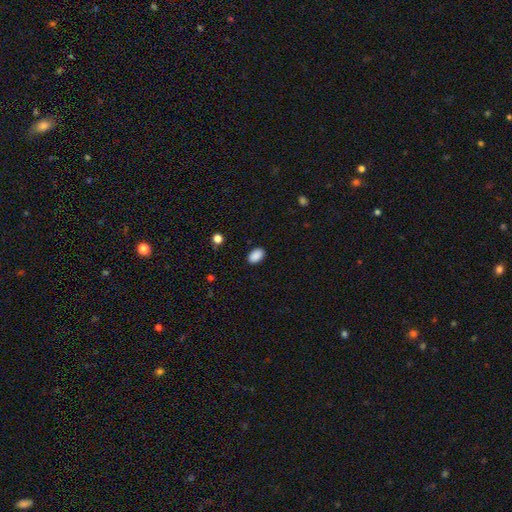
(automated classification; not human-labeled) A smooth galaxy with no disk features (89%) that is in between round and cigar-shaped (89%).

Vote fractions:
- Smooth or featured? smooth: 89% / star or artifact: 8% / featured or disk: 3%
- How rounded? in between: 89% / round: 9% / cigar-shaped: 1%
- Merging? none: 89% / minor disturbance: 8% / major disturbance: 2% / merger: 1%